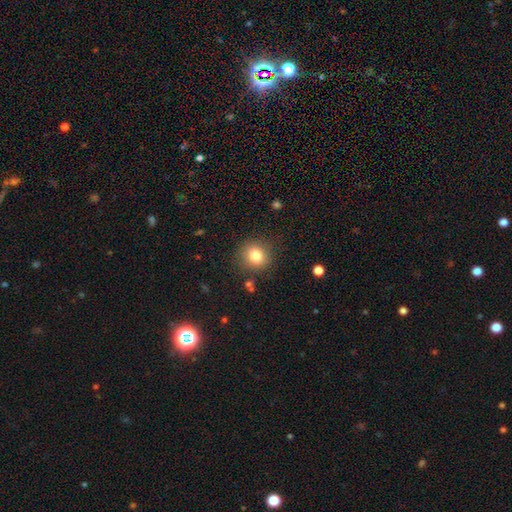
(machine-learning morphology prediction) smooth 80%, star or artifact 12%, featured or disk 8%. Down the decision tree: how rounded — round (88%); merging — none (86%).